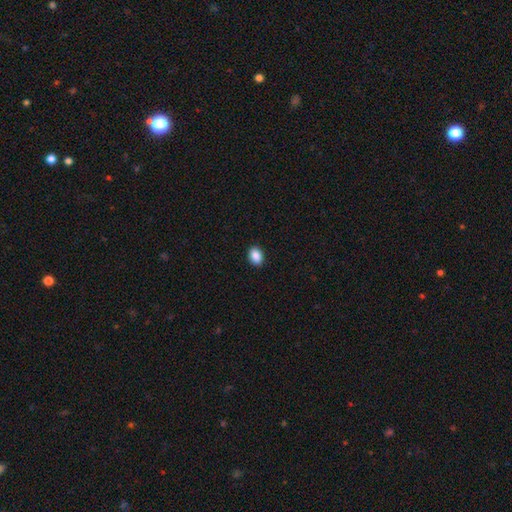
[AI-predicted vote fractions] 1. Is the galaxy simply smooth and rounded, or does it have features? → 89% smooth, 8% star or artifact, 3% featured or disk.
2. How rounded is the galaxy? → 77% in between, 22% round, 1% cigar-shaped.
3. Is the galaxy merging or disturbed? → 90% none, 7% minor disturbance, 2% major disturbance, 1% merger.